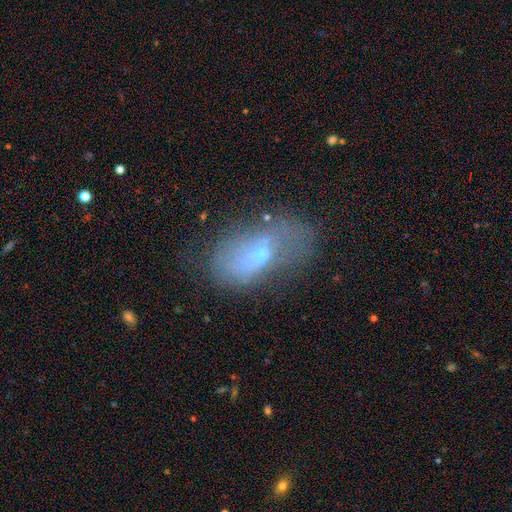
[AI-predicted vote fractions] This appears to be a smooth galaxy with no disk features (50%). Merging: none (41%).